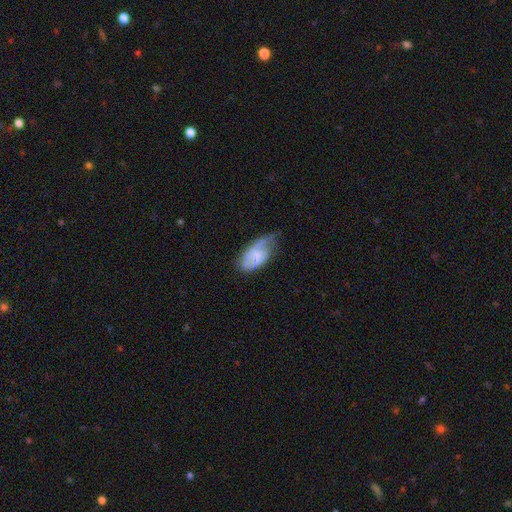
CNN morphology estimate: This is possibly a smooth galaxy (54%). How rounded: clearly in between (93%). Merging: marginally minor disturbance (43%).